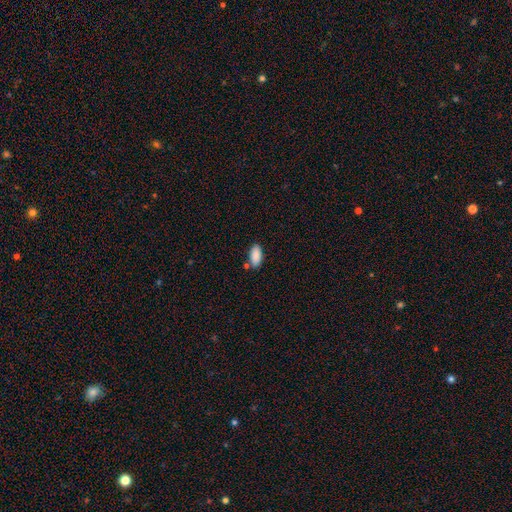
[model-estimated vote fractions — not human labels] Smooth or featured? Predicted: smooth (p=0.89). How rounded? Predicted: in between (p=0.92). Merging? Predicted: none (p=0.74).